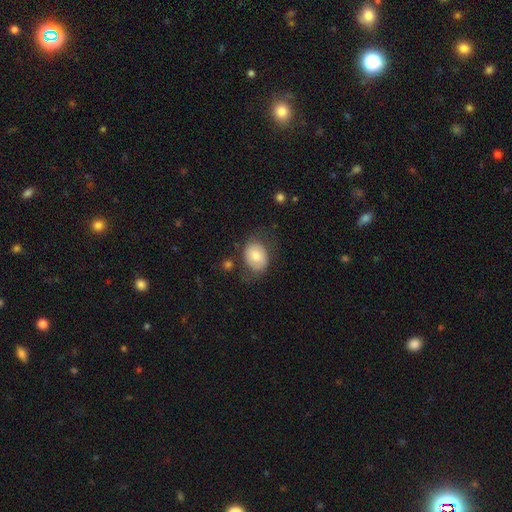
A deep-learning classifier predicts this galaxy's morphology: A smooth galaxy with no disk features (72%) that is in between round and cigar-shaped (68%). Merging: none (62%).